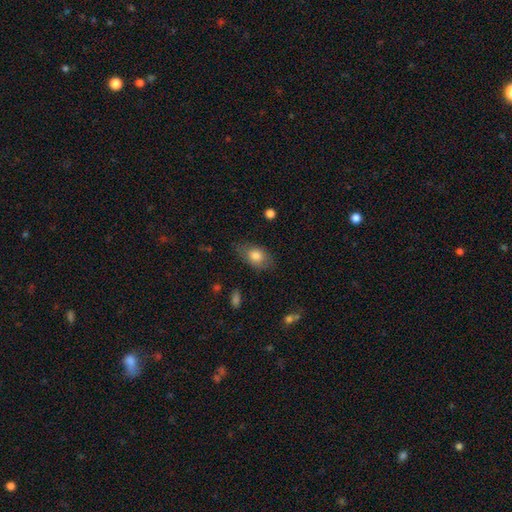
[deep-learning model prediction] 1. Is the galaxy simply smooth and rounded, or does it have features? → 79% smooth, 13% featured or disk, 7% star or artifact.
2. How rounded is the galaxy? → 84% in between, 14% round, 2% cigar-shaped.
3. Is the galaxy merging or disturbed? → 71% none, 21% minor disturbance, 6% major disturbance, 1% merger.